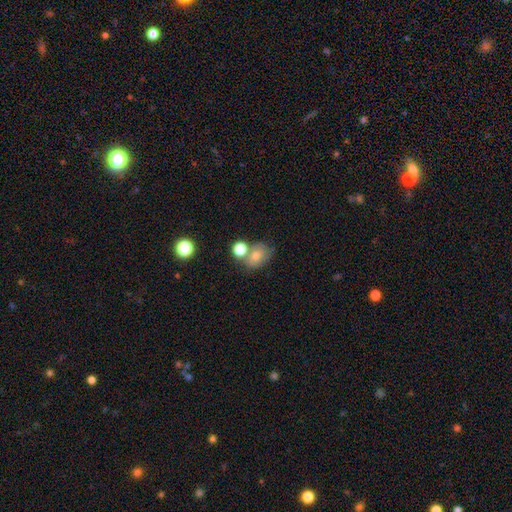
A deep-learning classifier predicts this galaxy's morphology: smooth 71%, featured or disk 17%, star or artifact 12%. Down the decision tree: how rounded — in between (56%); merging — none (45%).